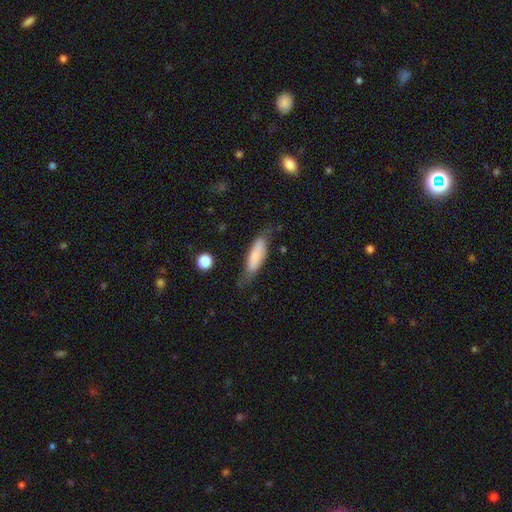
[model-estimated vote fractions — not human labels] smooth 70%, featured or disk 23%, star or artifact 7%. Down the decision tree: how rounded — in between (49%, tied with cigar-shaped); merging — none (56%).